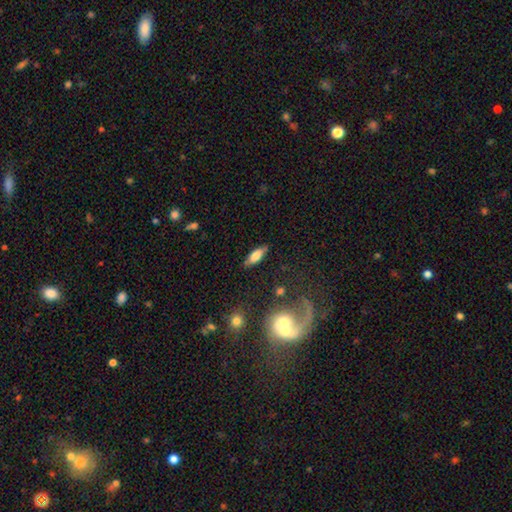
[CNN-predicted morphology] A smooth galaxy with no disk features (72%) that is in between round and cigar-shaped (69%).

Vote fractions:
- Smooth or featured? smooth: 72% / featured or disk: 20% / star or artifact: 8%
- How rounded? in between: 69% / cigar-shaped: 28% / round: 3%
- Merging? none: 83% / minor disturbance: 12% / major disturbance: 3% / merger: 2%